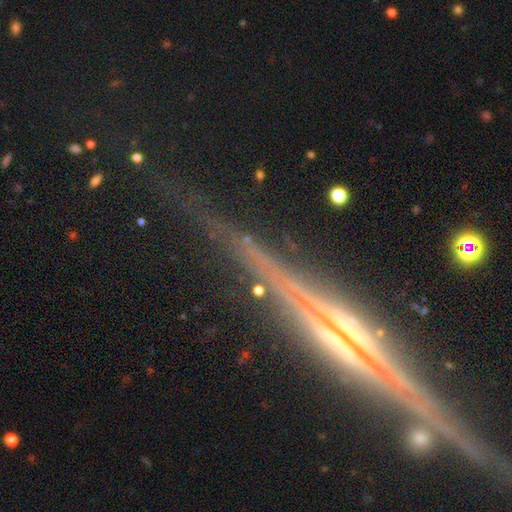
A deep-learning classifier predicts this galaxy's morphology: featured or disk 69%, star or artifact 21%, smooth 10%. Down the decision tree: edge-on disk — yes (92%); edge-on bulge — rounded (46%); merging — none (81%).